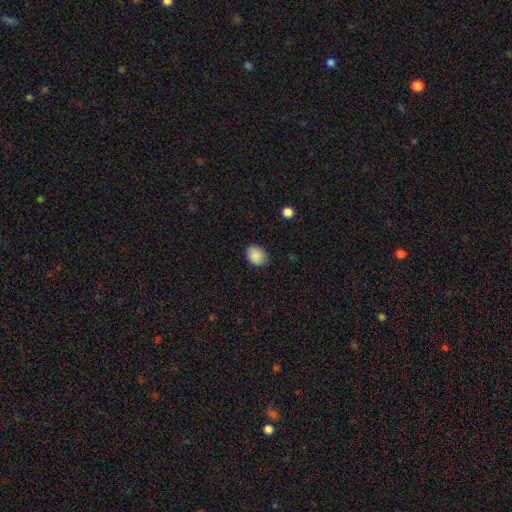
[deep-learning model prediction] This appears to be a smooth galaxy with no disk features (89%) that is in between round and cigar-shaped (60%). Merging: none (84%).